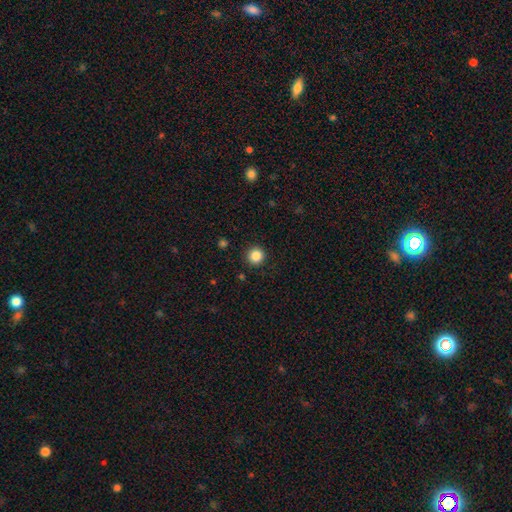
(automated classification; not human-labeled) smooth_or_featured: smooth (p=0.86) [alt: star or artifact p=0.11]
how_rounded: round (p=0.96) [alt: in between p=0.03]
merging: none (p=0.92) [alt: minor disturbance p=0.05]